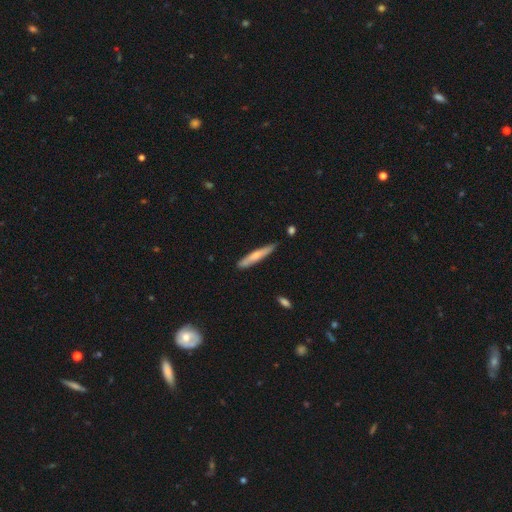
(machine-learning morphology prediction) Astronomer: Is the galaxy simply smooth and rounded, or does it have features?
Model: smooth — 63%.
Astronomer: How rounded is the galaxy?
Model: cigar-shaped — 93%.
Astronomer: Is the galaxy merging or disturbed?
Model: none — 82%.